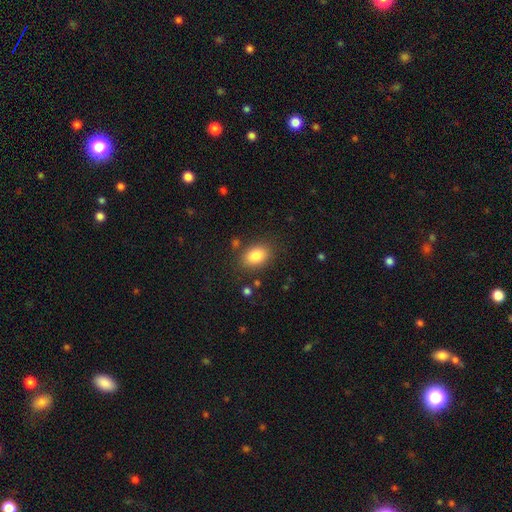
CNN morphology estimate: Smooth or featured: smooth — 85% (star or artifact — 8%)
How rounded: in between — 81% (round — 18%)
Merging: none — 82% (minor disturbance — 11%)